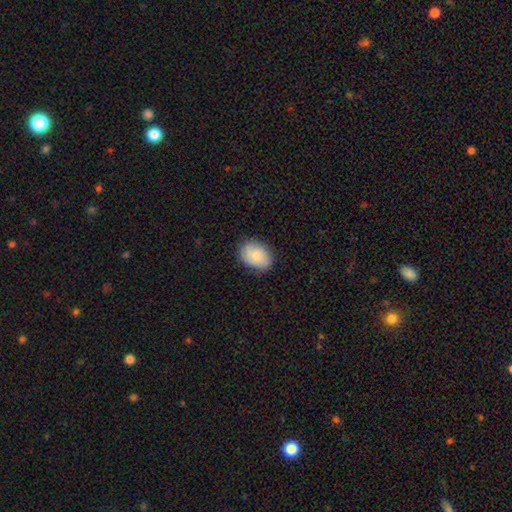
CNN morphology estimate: Overall: smooth (79%). How rounded: in between (71%). Merging: none (83%).